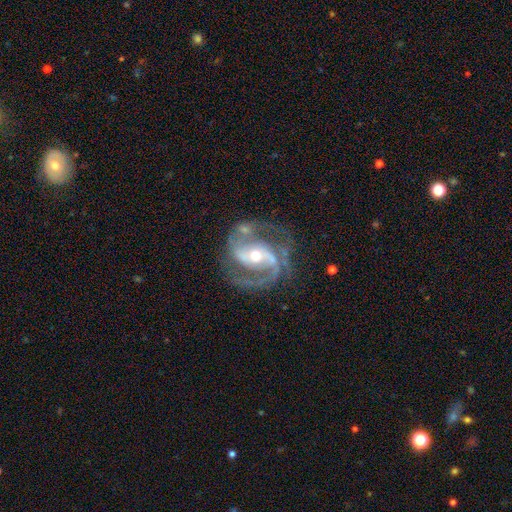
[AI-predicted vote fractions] Smooth or featured? featured or disk (91%)
Edge-on disk? no (97%)
Bar? weak (35%)
Spiral arms? yes (98%)
Spiral winding? medium (59%)
Spiral arm count? 2 (85%)
Bulge size? moderate (58%)
Merging? none (68%)